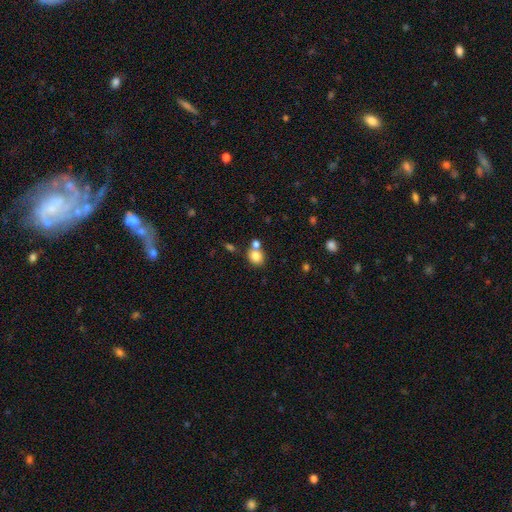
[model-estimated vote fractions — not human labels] A smooth galaxy with no disk features (81%) that is round (71%). Merging: none (54%).